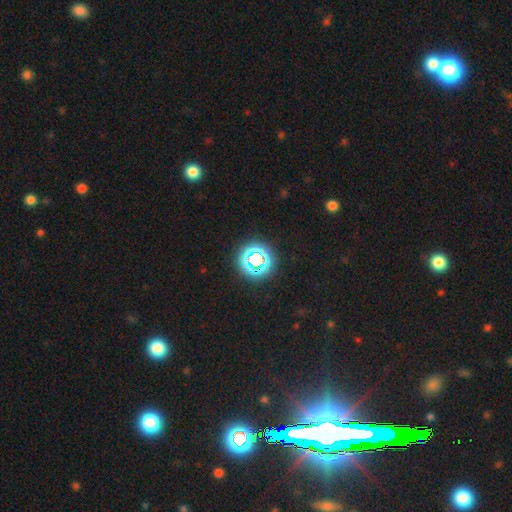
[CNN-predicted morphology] This appears to be a star or artifact, not a galaxy (69%).